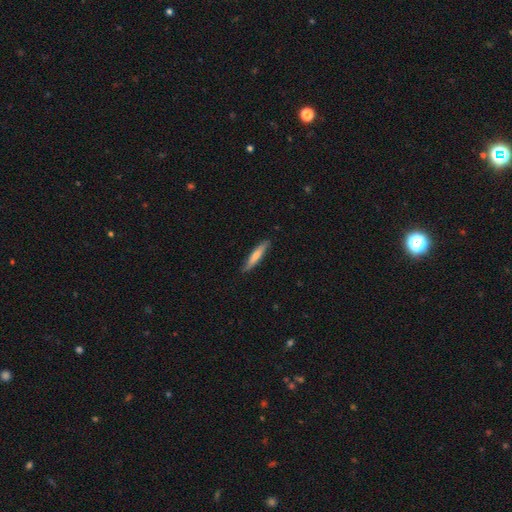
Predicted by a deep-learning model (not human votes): smooth_or_featured: smooth (p=0.68) [alt: featured or disk p=0.27]
how_rounded: cigar-shaped (p=0.91) [alt: in between p=0.08]
merging: none (p=0.86) [alt: minor disturbance p=0.11]